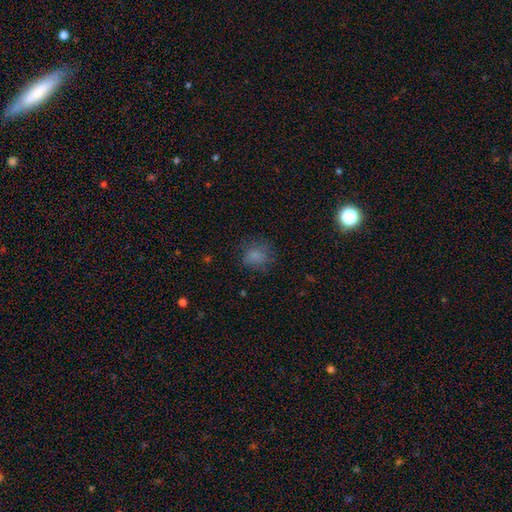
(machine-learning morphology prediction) Overall: smooth (78%). How rounded: round (66%; in between 33%). Merging: none (70%).